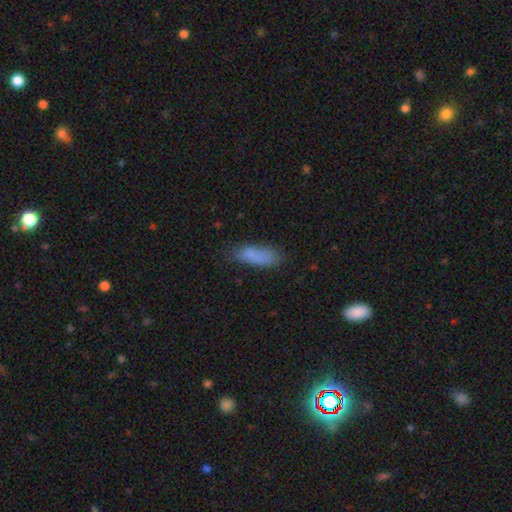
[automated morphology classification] Smooth or featured? Predicted: smooth (p=0.82). How rounded? Predicted: in between (p=0.62). Merging? Predicted: none (p=0.64).